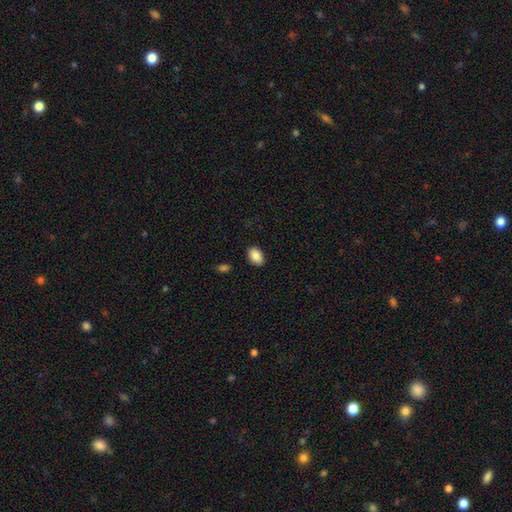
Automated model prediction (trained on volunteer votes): Q: Smooth or featured?
A: smooth (89%); runner-up: star or artifact (7%)
Q: How rounded?
A: in between (87%); runner-up: round (12%)
Q: Merging?
A: none (88%); runner-up: minor disturbance (9%)